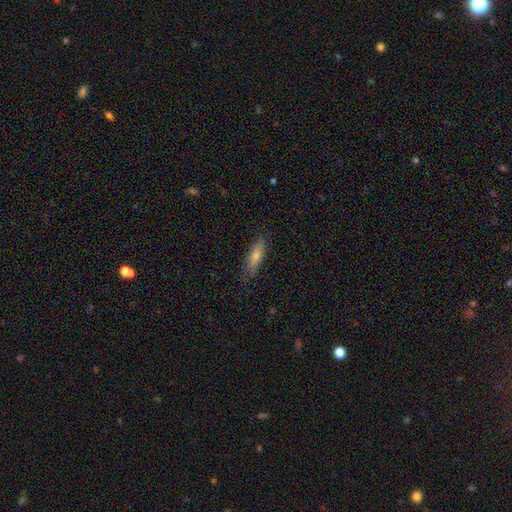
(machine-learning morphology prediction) smooth 59%, featured or disk 33%, star or artifact 8%. Down the decision tree: how rounded — cigar-shaped (68%); merging — none (81%).